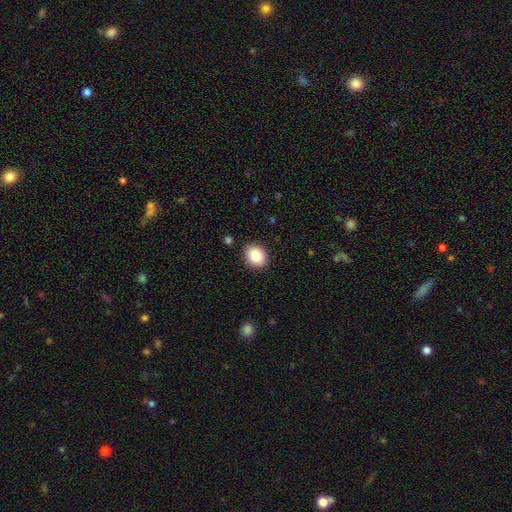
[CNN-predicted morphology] Smooth or featured? Predicted: smooth (p=0.86). How rounded? Predicted: round (p=0.53). Merging? Predicted: none (p=0.90).